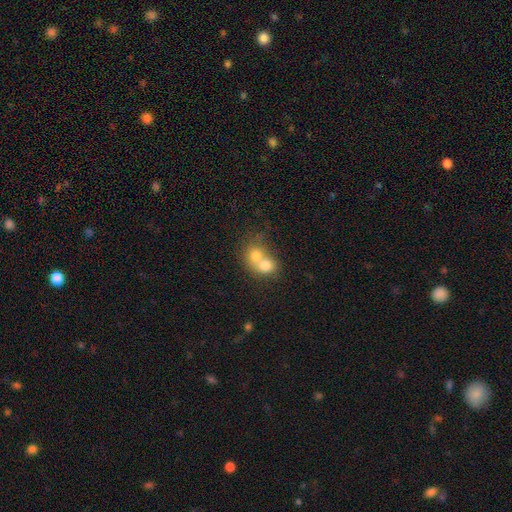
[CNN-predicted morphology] Q: Smooth or featured?
A: smooth (71%); runner-up: featured or disk (19%)
Q: How rounded?
A: round (66%); runner-up: in between (33%)
Q: Merging?
A: merger (74%); runner-up: none (18%)